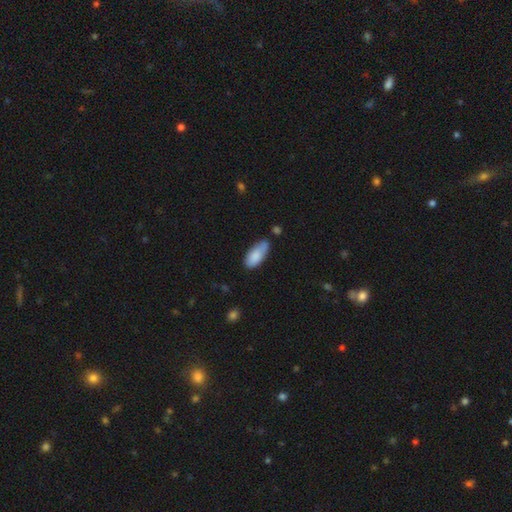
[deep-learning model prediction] The model was most divided on "merging": none: 59%, minor disturbance: 30%, major disturbance: 5%, merger: 5%. More confident: how rounded — in between (85%); smooth or featured — smooth (83%).